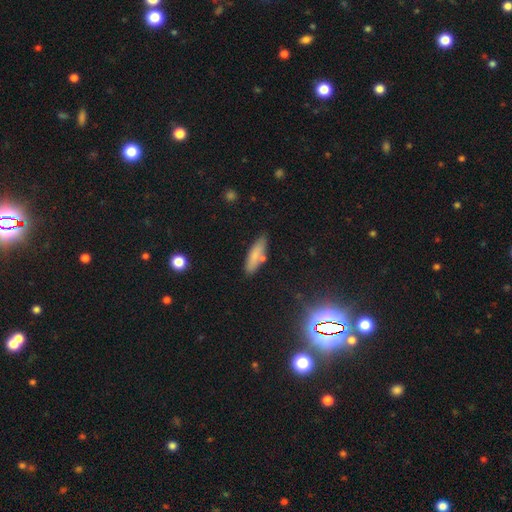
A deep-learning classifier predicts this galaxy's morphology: The model was most divided on "how rounded": cigar-shaped: 57%, in between: 41%, round: 2%. More confident: smooth or featured — smooth (78%); merging — none (75%).